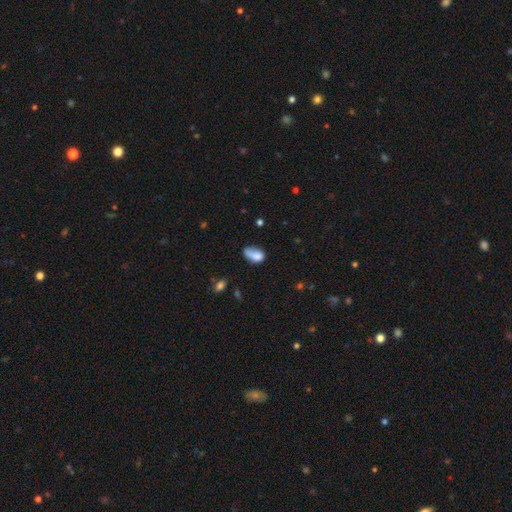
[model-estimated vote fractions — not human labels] Overall: smooth (75%). How rounded: in between (87%). Merging: none (34%; minor disturbance 32%).